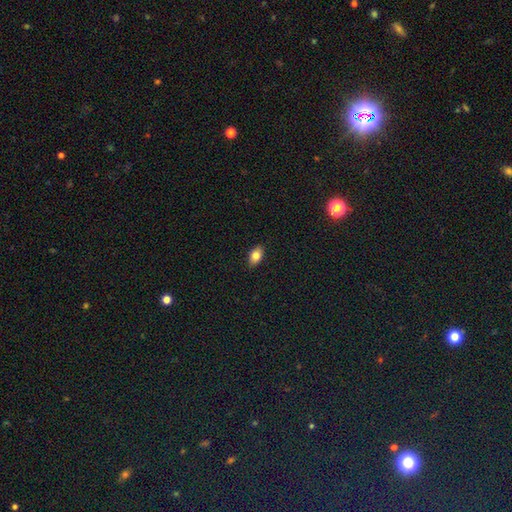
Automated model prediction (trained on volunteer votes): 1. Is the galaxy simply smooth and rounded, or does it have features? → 79% smooth, 13% featured or disk, 8% star or artifact.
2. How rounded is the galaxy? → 89% in between, 8% round, 3% cigar-shaped.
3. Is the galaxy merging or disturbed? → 89% none, 9% minor disturbance, 2% major disturbance, 1% merger.